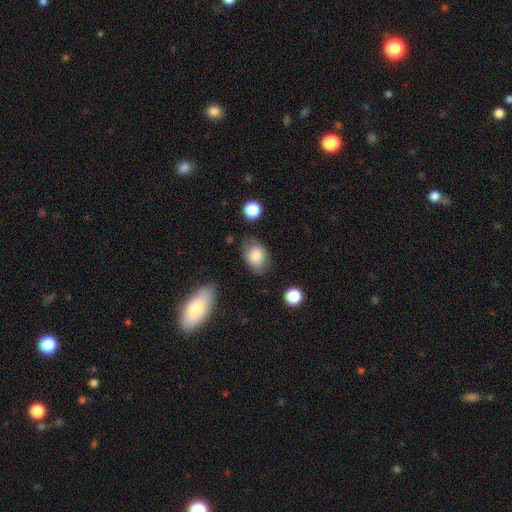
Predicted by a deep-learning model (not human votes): The model was most divided on "merging": none: 63%, minor disturbance: 25%, major disturbance: 7%, merger: 4%. More confident: smooth or featured — smooth (79%); how rounded — in between (73%).